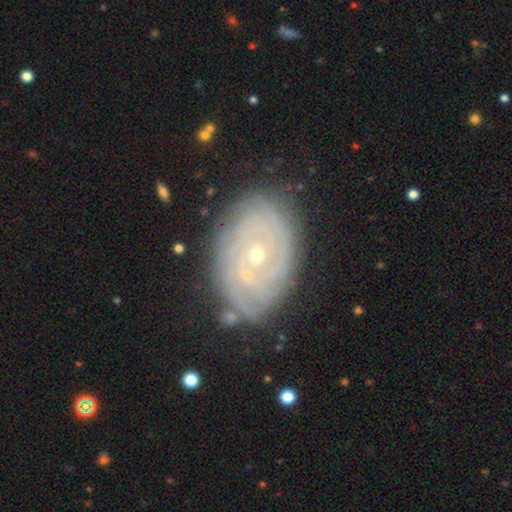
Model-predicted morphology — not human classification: This appears to be a featured or disk galaxy (81%) with no bar (75%), tight (81%) spiral arms (89%) and a small central bulge (63%). Merging: none (76%).